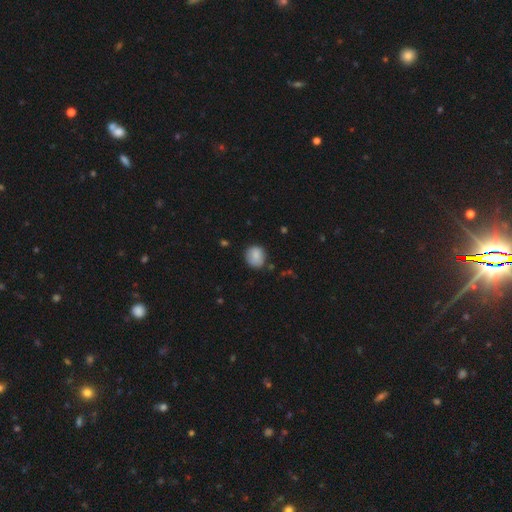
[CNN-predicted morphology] This is clearly a smooth galaxy (83%). How rounded: likely round (74%). Merging: likely none (75%).